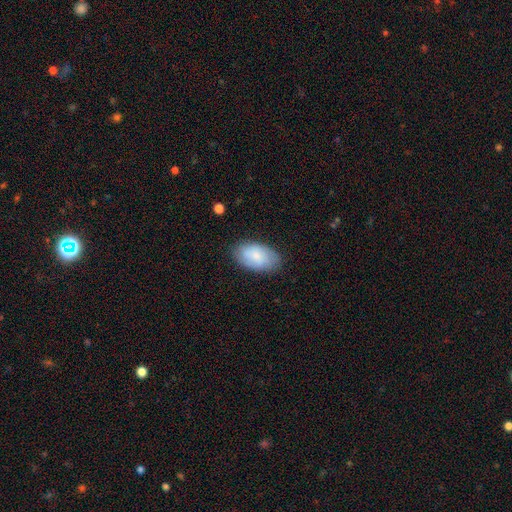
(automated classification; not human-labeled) Smooth or featured? smooth (74%)
How rounded? in between (94%)
Merging? none (81%)